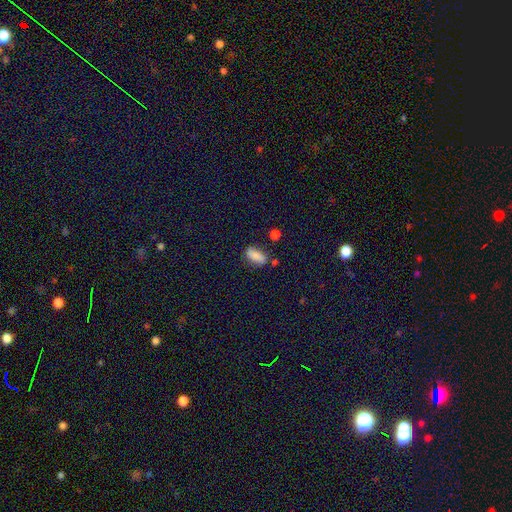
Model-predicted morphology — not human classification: Smooth or featured? smooth (76%)
How rounded? in between (83%)
Merging? none (67%)